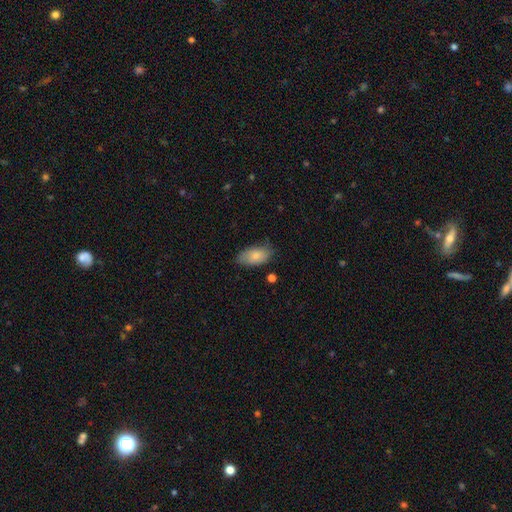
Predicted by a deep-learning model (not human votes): smooth 80%, featured or disk 13%, star or artifact 7%. Down the decision tree: how rounded — in between (93%); merging — none (71%).